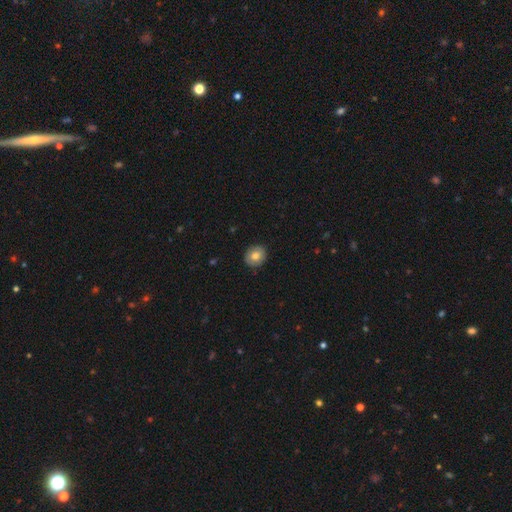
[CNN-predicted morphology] Q: Smooth or featured?
A: smooth (76%); runner-up: featured or disk (16%)
Q: How rounded?
A: round (80%); runner-up: in between (19%)
Q: Merging?
A: none (89%); runner-up: minor disturbance (9%)